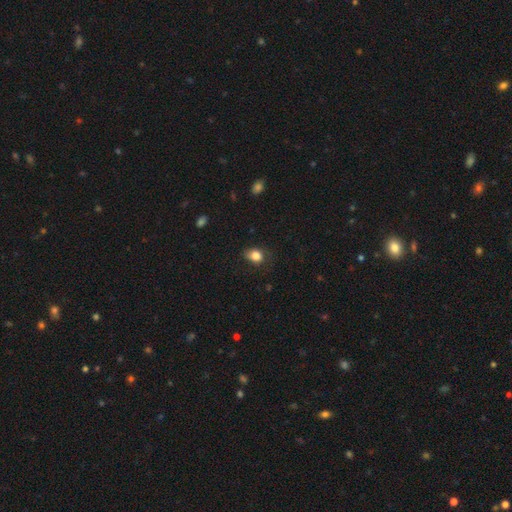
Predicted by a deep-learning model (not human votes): smooth 83%, star or artifact 10%, featured or disk 7%. Down the decision tree: how rounded — in between (55%); merging — none (66%).